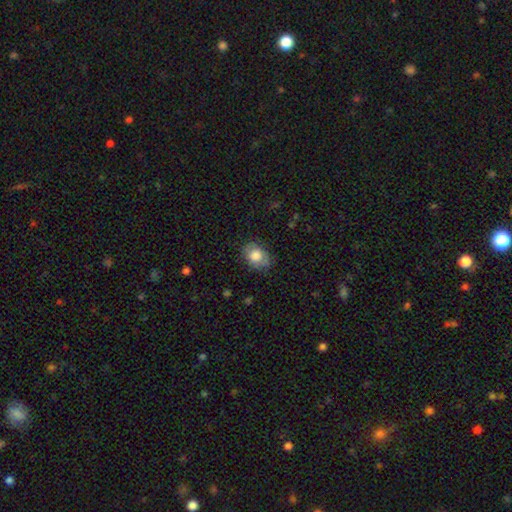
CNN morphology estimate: The model was most divided on "how rounded": in between: 73%, round: 26%, cigar-shaped: 1%. More confident: merging — none (76%); smooth or featured — smooth (75%).